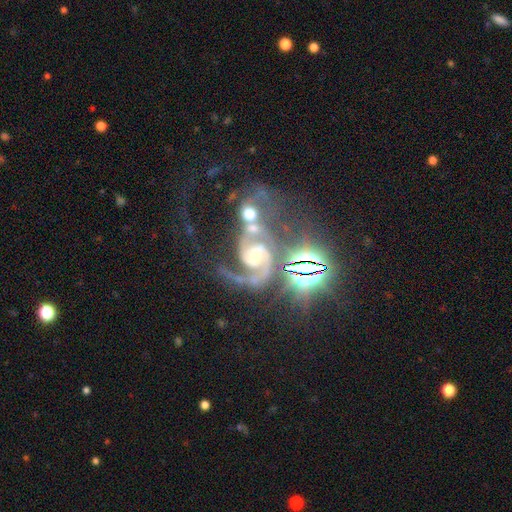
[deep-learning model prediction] A featured or disk galaxy (80%) with no bar (52%), 2 (85%) medium (55%) spiral arms (97%) and a moderate central bulge (49%).

Vote fractions:
- Smooth or featured? featured or disk: 80% / star or artifact: 15% / smooth: 6%
- Edge-on disk? no: 98% / yes: 2%
- Bar? no: 52% / weak: 32% / strong: 16%
- Spiral arms? yes: 97% / no: 3%
- Spiral winding? medium: 55% / tight: 24% / loose: 21%
- Spiral arm count? 2: 85% / 1: 5% / can't tell: 4% / 3: 3% / 4: 1% / more than 4: 1%
- Bulge size? moderate: 49% / small: 34% / large: 8% / none: 6% / dominant: 2%
- Merging? merger: 45% / none: 24% / major disturbance: 19% / minor disturbance: 12%